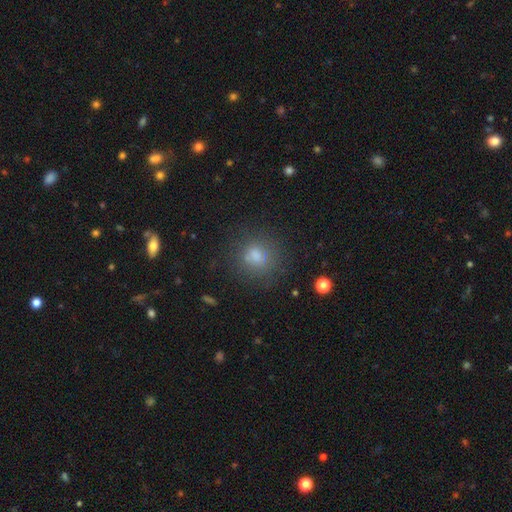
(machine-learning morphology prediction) Smooth or featured: smooth — 76% (star or artifact — 16%)
How rounded: round — 78% (in between — 20%)
Merging: none — 80% (minor disturbance — 12%)